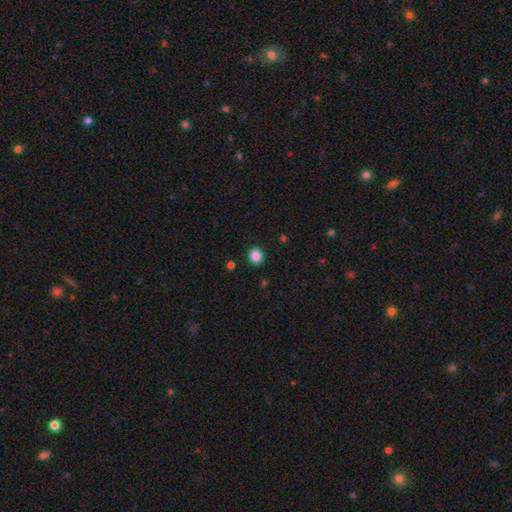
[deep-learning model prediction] smooth_or_featured: smooth (p=0.87) [alt: star or artifact p=0.10]
how_rounded: round (p=0.76) [alt: in between p=0.23]
merging: none (p=0.90) [alt: minor disturbance p=0.07]